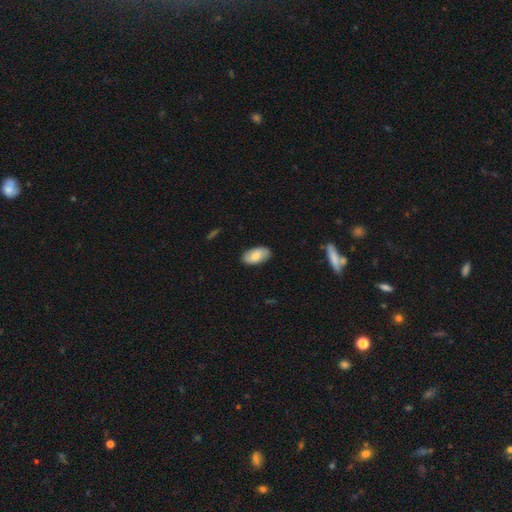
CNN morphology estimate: type=smooth (76%); roundness=in between (95%); merging=none (86%).